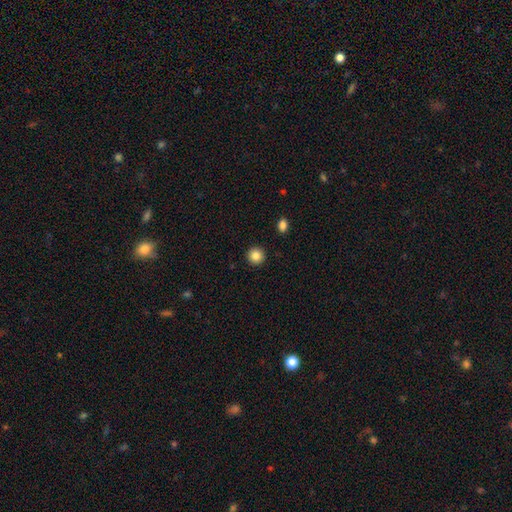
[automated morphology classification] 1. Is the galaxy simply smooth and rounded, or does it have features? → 85% smooth, 10% star or artifact, 5% featured or disk.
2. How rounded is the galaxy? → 94% round, 5% in between, 1% cigar-shaped.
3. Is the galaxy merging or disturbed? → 92% none, 5% minor disturbance, 2% major disturbance, 1% merger.